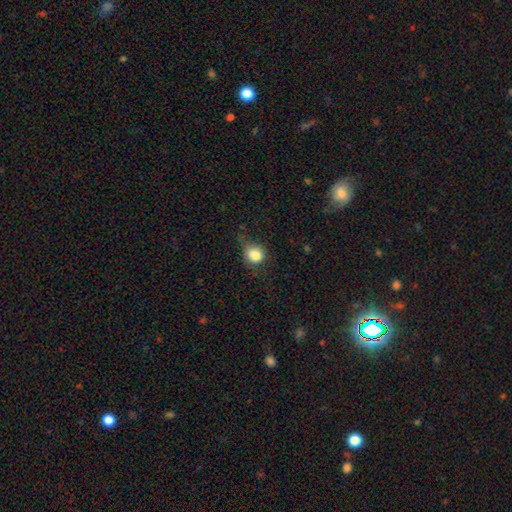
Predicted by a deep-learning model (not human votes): A smooth galaxy with no disk features (82%) that is round (74%). Merging: none (53%).